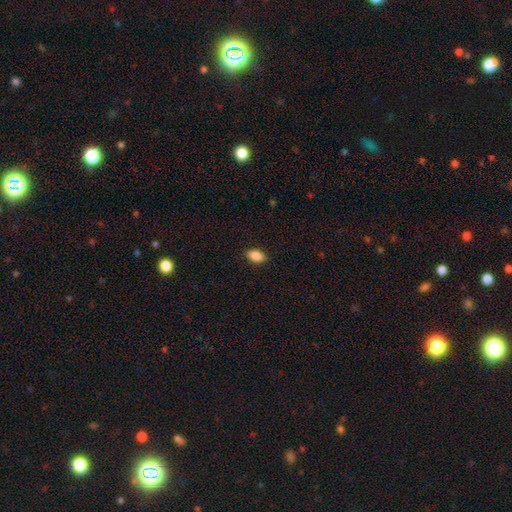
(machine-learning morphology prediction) smooth-or-featured: smooth: 87% | star or artifact: 8% | featured or disk: 6%
  how-rounded: in between: 90% | round: 6% | cigar-shaped: 4%
  merging: none: 88% | minor disturbance: 9% | major disturbance: 2% | merger: 1%